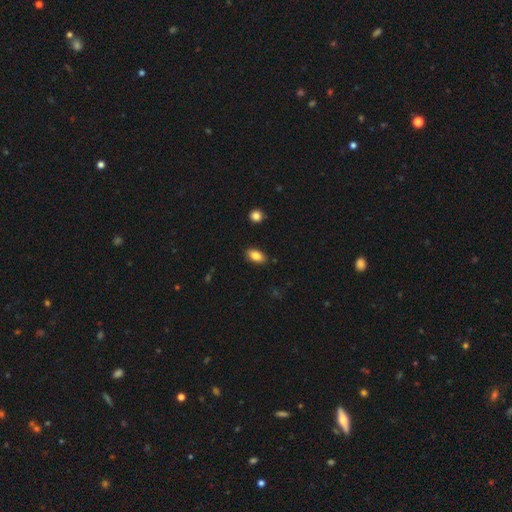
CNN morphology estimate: smooth 85%, star or artifact 8%, featured or disk 8%. Down the decision tree: how rounded — in between (91%); merging — none (86%).